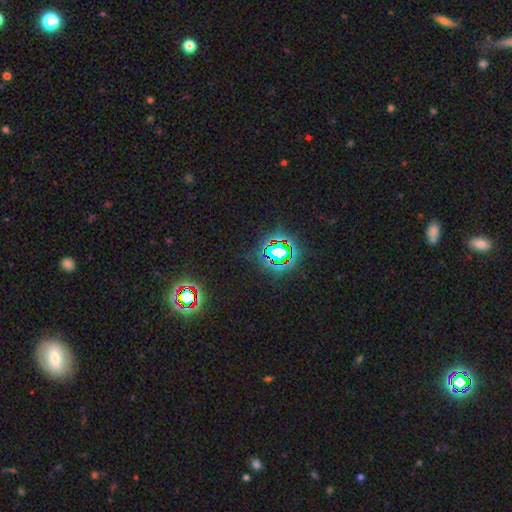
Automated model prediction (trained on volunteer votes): Smooth or featured: star or artifact — 80% (smooth — 12%)